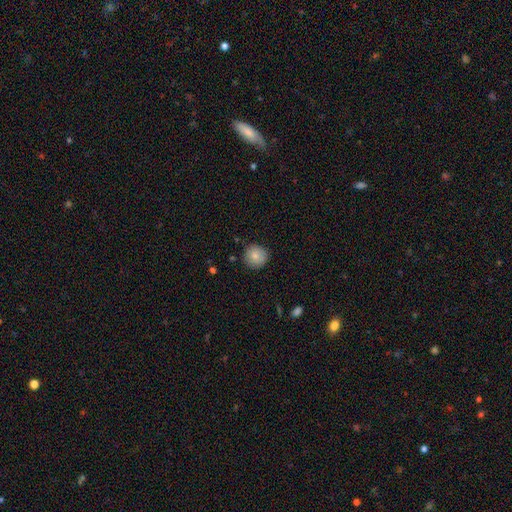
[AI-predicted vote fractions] smooth_or_featured: smooth (p=0.82) [alt: featured or disk p=0.09]
how_rounded: round (p=0.93) [alt: in between p=0.06]
merging: none (p=0.87) [alt: minor disturbance p=0.10]